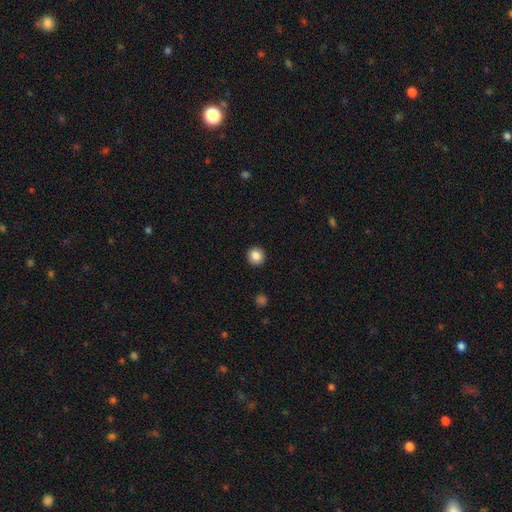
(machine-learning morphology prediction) Q: Smooth or featured?
A: smooth (85%); runner-up: star or artifact (10%)
Q: How rounded?
A: round (95%); runner-up: in between (4%)
Q: Merging?
A: none (93%); runner-up: minor disturbance (4%)